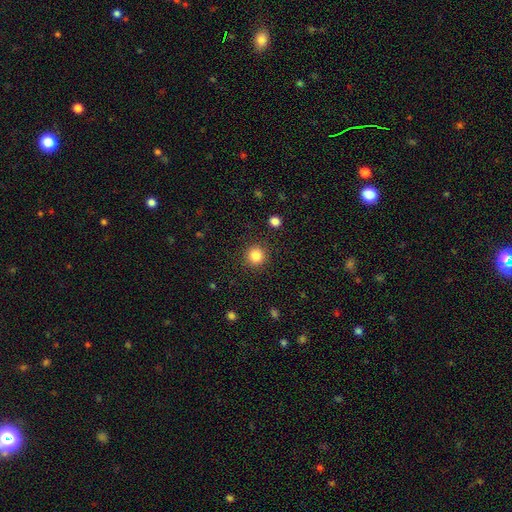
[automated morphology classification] The model was most divided on "smooth or featured": smooth: 85%, star or artifact: 11%, featured or disk: 4%. More confident: how rounded — round (93%); merging — none (90%).